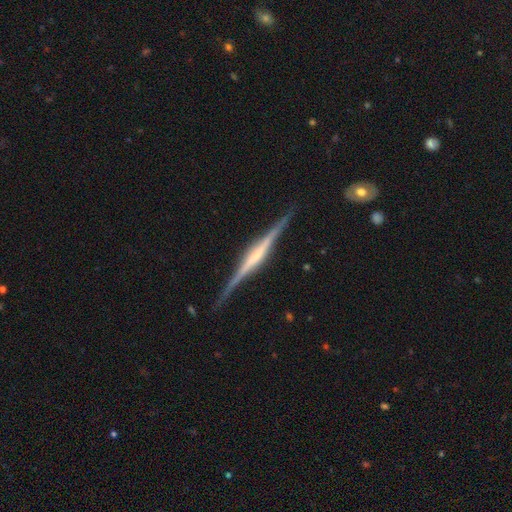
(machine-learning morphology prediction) Smooth or featured? featured or disk (83%)
Edge-on disk? yes (98%)
Edge-on bulge? rounded (37%)
Merging? none (87%)